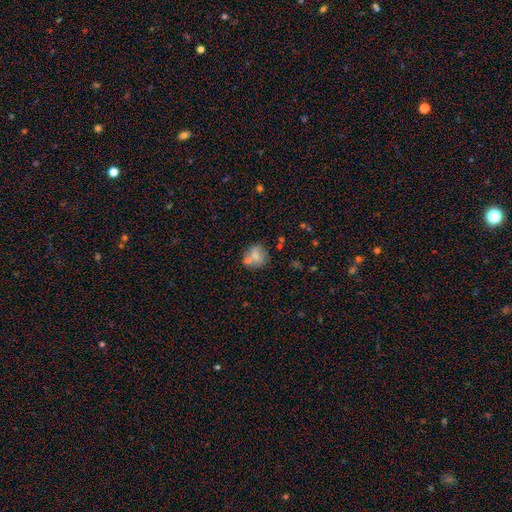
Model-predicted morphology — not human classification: Q: Smooth or featured?
A: smooth (69%); runner-up: featured or disk (21%)
Q: How rounded?
A: round (72%); runner-up: in between (27%)
Q: Merging?
A: none (49%); runner-up: merger (28%)